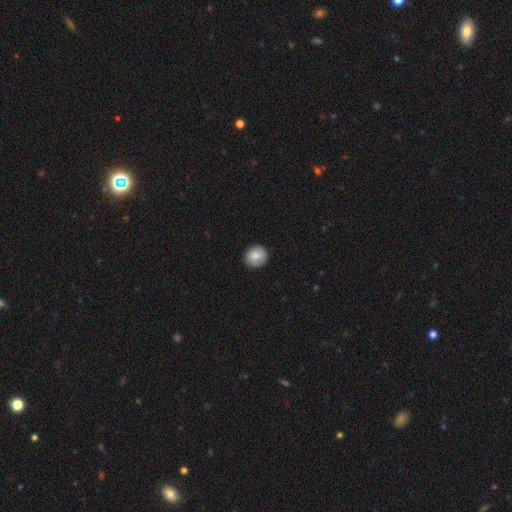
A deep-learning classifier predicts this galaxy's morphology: Q: Smooth or featured?
A: smooth (82%); runner-up: featured or disk (11%)
Q: How rounded?
A: round (89%); runner-up: in between (10%)
Q: Merging?
A: none (88%); runner-up: minor disturbance (9%)